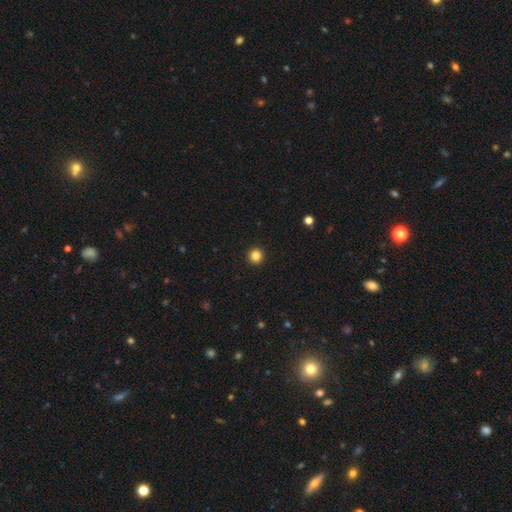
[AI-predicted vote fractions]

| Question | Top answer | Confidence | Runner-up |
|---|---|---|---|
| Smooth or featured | smooth | 84% | star or artifact (12%) |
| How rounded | round | 96% | in between (4%) |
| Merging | none | 94% | minor disturbance (4%) |